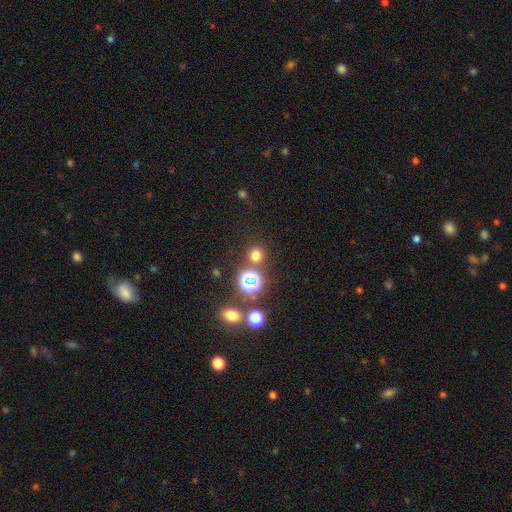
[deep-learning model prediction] smooth 67%, star or artifact 28%, featured or disk 5%. Down the decision tree: how rounded — round (89%); merging — none (83%).